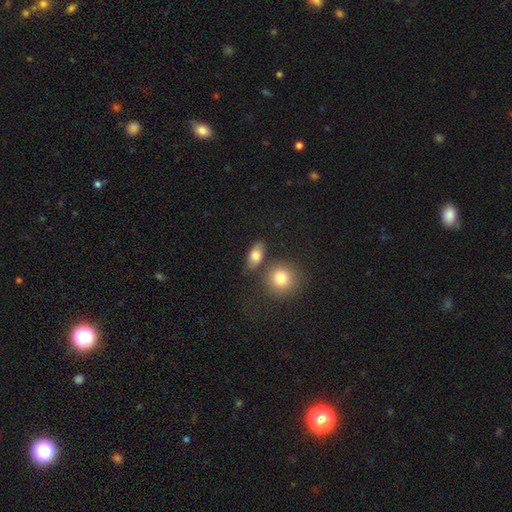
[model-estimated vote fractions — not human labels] Smooth or featured: smooth — 80% (featured or disk — 12%)
How rounded: in between — 76% (round — 18%)
Merging: none — 69% (minor disturbance — 14%)